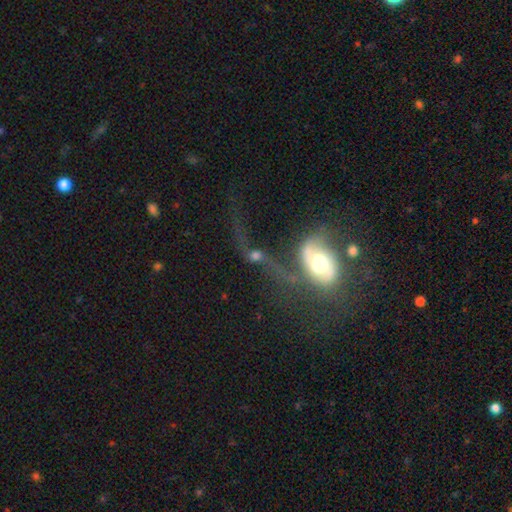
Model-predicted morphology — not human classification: Smooth or featured? Predicted: featured or disk (p=0.59). Edge-on disk? Predicted: no (p=0.85). Bar? Predicted: no (p=0.62). Spiral arms? Predicted: yes (p=0.68). Bulge size? Predicted: moderate (p=0.53). Merging? Predicted: major disturbance (p=0.31, tied with merger).